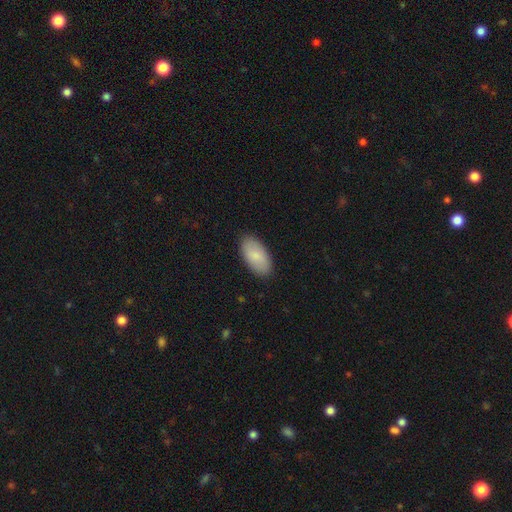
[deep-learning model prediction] smooth-or-featured: smooth: 84% | featured or disk: 10% | star or artifact: 6%
  how-rounded: in between: 95% | cigar-shaped: 3% | round: 2%
  merging: none: 88% | minor disturbance: 9% | major disturbance: 2% | merger: 1%